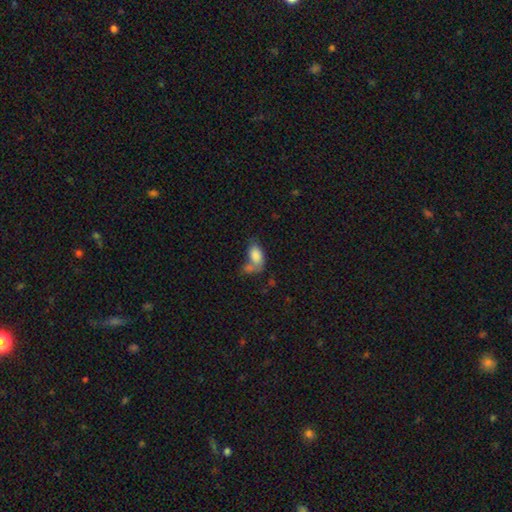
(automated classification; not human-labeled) A smooth galaxy with no disk features (82%) that is in between round and cigar-shaped (91%). Merging: merger (41%).